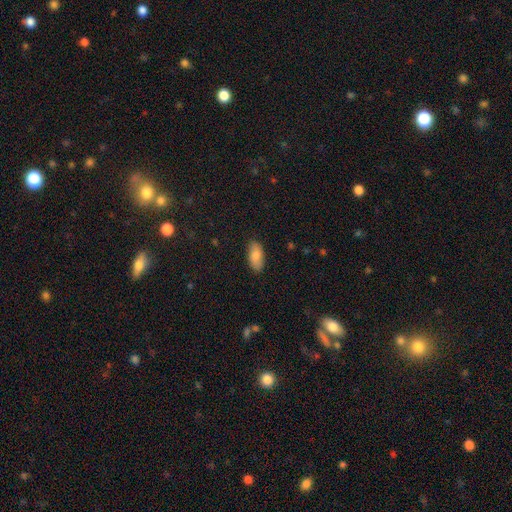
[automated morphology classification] Smooth or featured: smooth — 84% (featured or disk — 9%)
How rounded: in between — 92% (cigar-shaped — 6%)
Merging: none — 86% (minor disturbance — 10%)